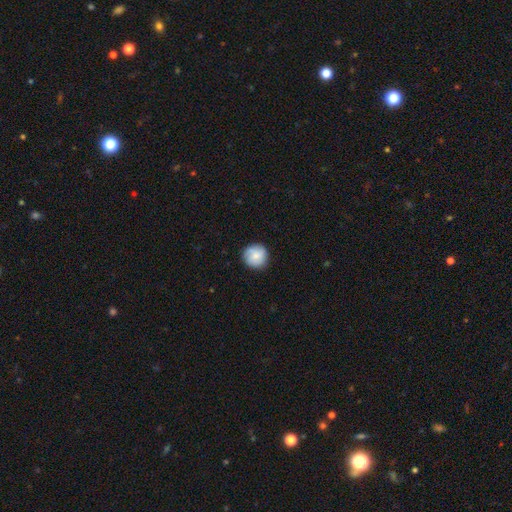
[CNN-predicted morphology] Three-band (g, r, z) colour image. It shows a smooth galaxy with no disk features (76%) that is round (93%). Merging: none (84%).